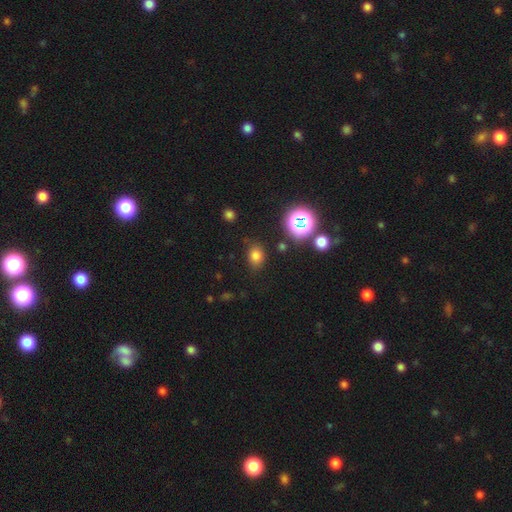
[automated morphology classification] smooth 73%, star or artifact 20%, featured or disk 7%. Down the decision tree: how rounded — in between (55%); merging — none (78%).